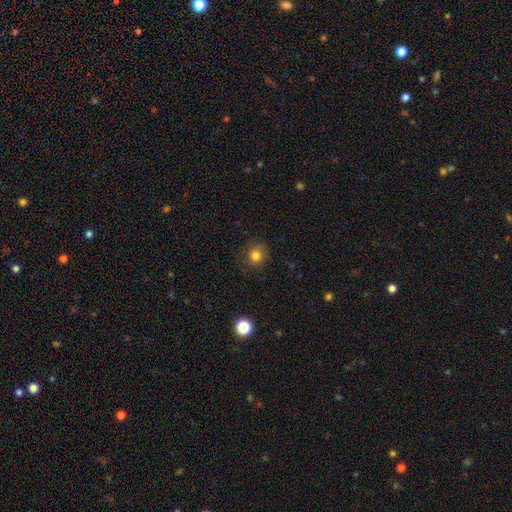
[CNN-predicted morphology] Smooth or featured? Predicted: smooth (p=0.80). How rounded? Predicted: round (p=0.85). Merging? Predicted: none (p=0.81).